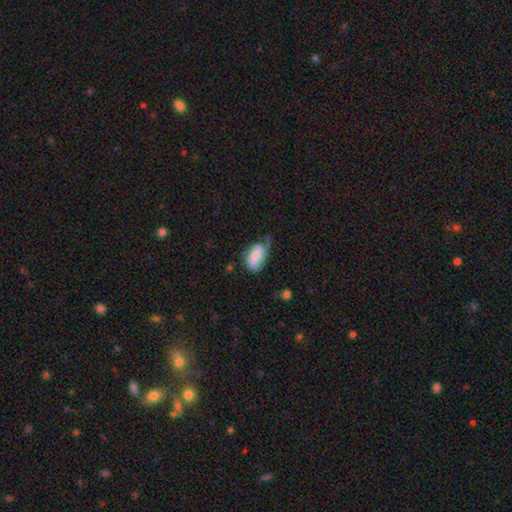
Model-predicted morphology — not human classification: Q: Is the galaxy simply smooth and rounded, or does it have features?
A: smooth — 59%.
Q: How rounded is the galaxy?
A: in between — 92%.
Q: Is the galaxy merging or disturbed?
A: minor disturbance — 37%.